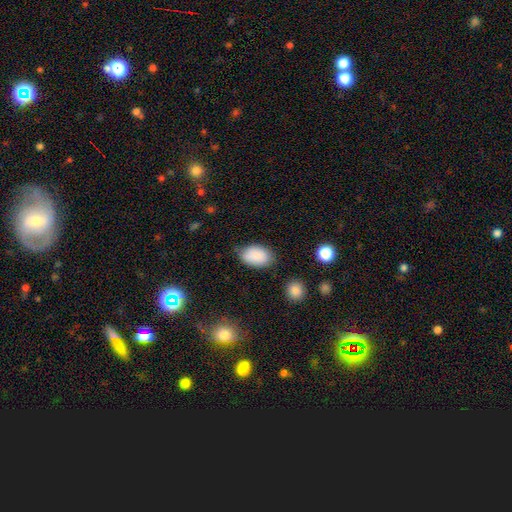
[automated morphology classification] Smooth or featured: smooth — 88% (star or artifact — 7%)
How rounded: in between — 90% (round — 9%)
Merging: none — 72% (minor disturbance — 21%)